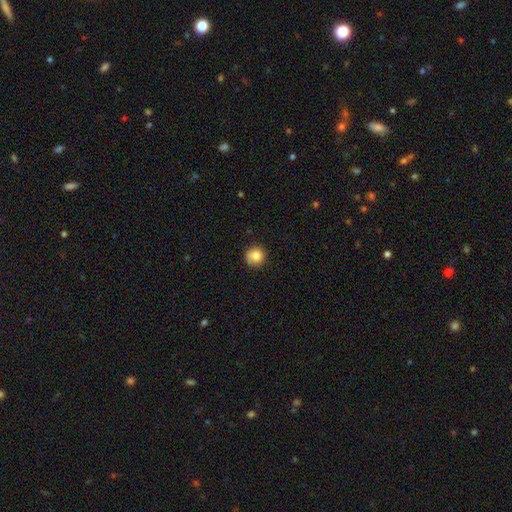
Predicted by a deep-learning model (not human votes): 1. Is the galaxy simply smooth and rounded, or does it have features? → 80% smooth, 11% featured or disk, 9% star or artifact.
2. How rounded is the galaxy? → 90% round, 9% in between, 1% cigar-shaped.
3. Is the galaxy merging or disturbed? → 78% none, 17% minor disturbance, 4% major disturbance, 2% merger.